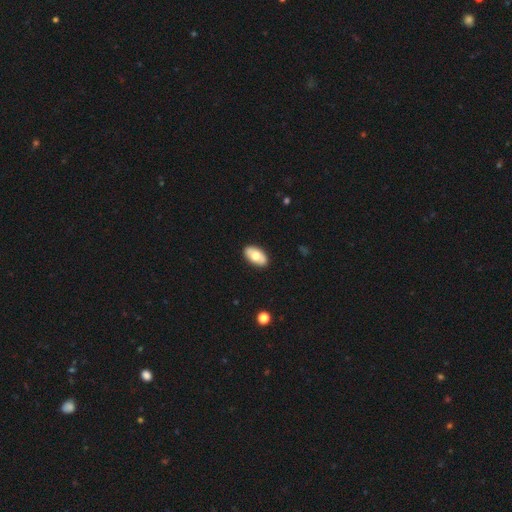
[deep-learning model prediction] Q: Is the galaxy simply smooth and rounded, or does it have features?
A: smooth — 65%.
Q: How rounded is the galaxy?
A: in between — 94%.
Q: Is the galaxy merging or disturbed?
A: none — 88%.